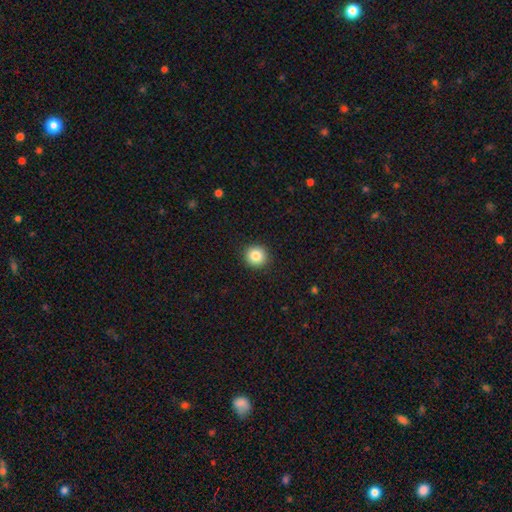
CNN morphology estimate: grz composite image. It shows a smooth galaxy with no disk features (84%) that is round (93%). Merging: none (92%).